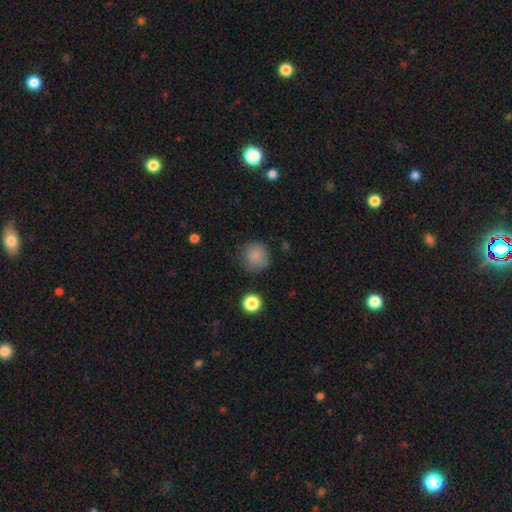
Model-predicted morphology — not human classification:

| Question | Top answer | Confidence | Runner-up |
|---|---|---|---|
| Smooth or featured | smooth | 83% | star or artifact (11%) |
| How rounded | round | 93% | in between (6%) |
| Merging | none | 78% | minor disturbance (15%) |